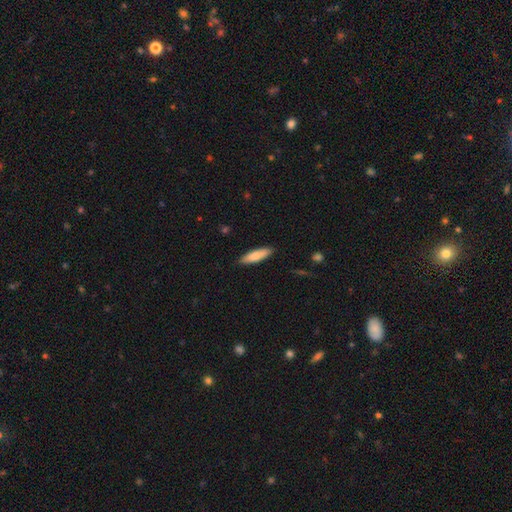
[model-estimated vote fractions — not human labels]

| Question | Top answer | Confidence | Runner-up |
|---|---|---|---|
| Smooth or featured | smooth | 79% | featured or disk (15%) |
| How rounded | cigar-shaped | 59% | in between (39%) |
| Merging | none | 87% | minor disturbance (10%) |